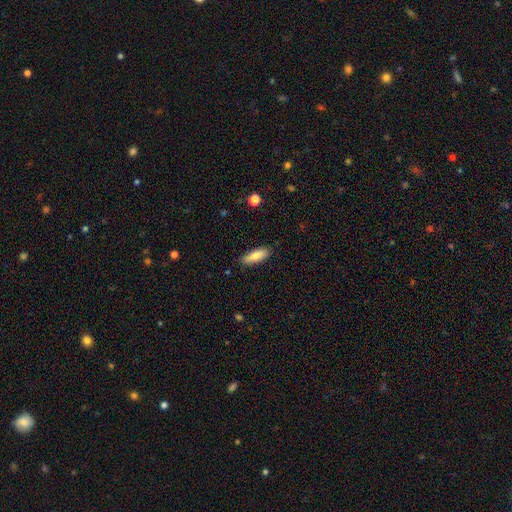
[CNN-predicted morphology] Smooth or featured?
  - smooth: 77% *
  - featured or disk: 16%
  - star or artifact: 6%
How rounded?
  - in between: 57% *
  - cigar-shaped: 41%
  - round: 2%
Merging?
  - none: 87% *
  - minor disturbance: 10%
  - major disturbance: 2%
  - merger: 1%